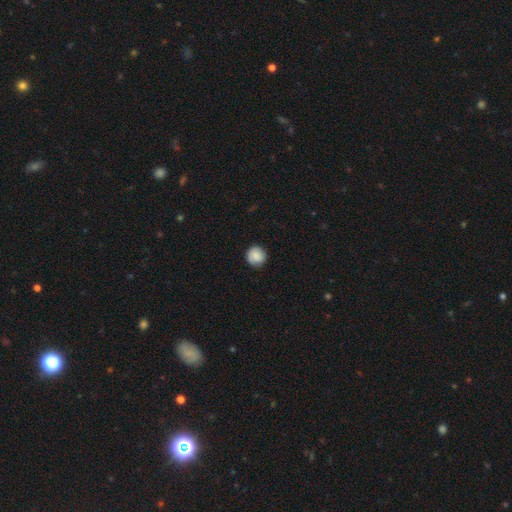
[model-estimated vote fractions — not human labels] Q: Smooth or featured?
A: smooth (85%); runner-up: star or artifact (8%)
Q: How rounded?
A: round (94%); runner-up: in between (5%)
Q: Merging?
A: none (87%); runner-up: minor disturbance (10%)